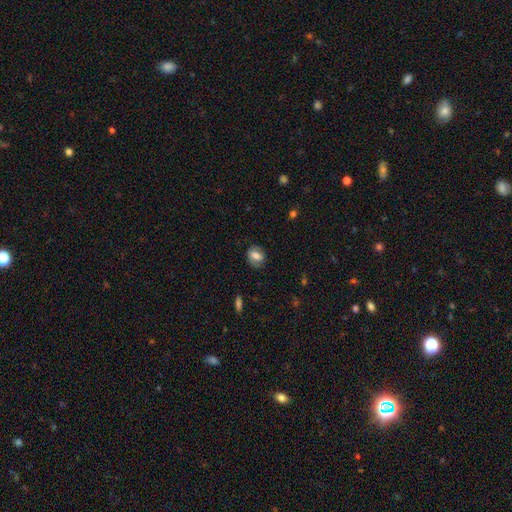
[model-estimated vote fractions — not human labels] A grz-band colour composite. It shows a smooth galaxy with no disk features (65%) that is in between round and cigar-shaped (65%). Merging: none (77%).